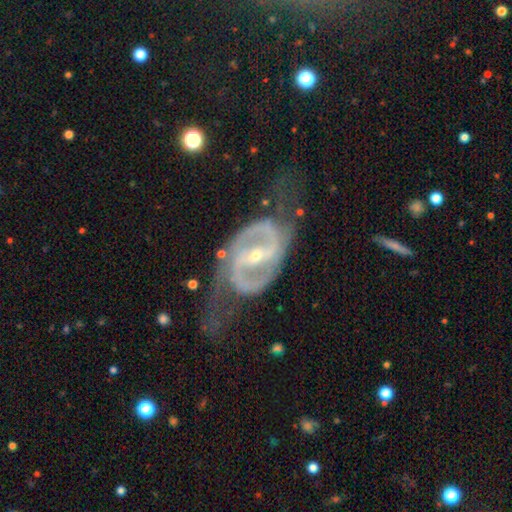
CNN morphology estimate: The model was most divided on "merging": none: 46%, major disturbance: 29%, minor disturbance: 22%, merger: 3%. More confident: edge-on disk — no (96%); spiral arms — yes (94%); spiral arm count — 2 (91%); smooth or featured — featured or disk (91%); bulge size — small (71%); bar — strong (70%); spiral winding — medium (52%).